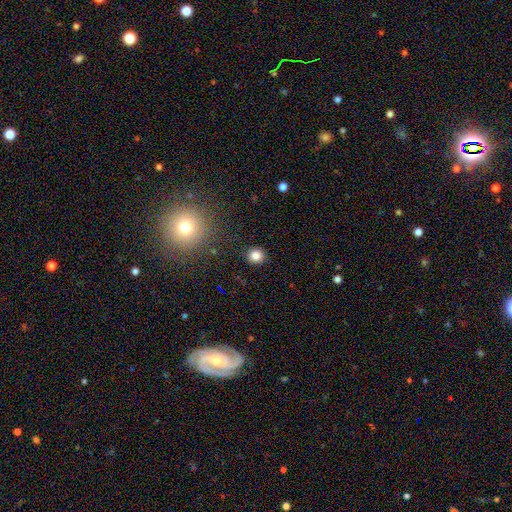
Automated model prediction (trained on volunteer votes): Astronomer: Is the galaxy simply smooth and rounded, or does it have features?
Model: smooth — 83%.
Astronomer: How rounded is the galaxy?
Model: round — 86%.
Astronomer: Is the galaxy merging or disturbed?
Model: none — 90%.